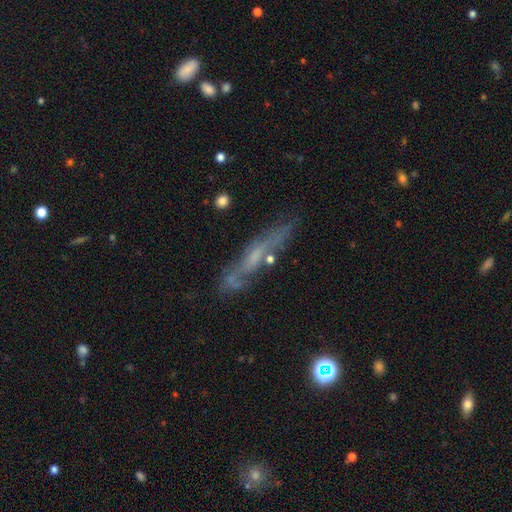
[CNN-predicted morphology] Smooth or featured: featured or disk — 57% (smooth — 31%)
Edge-on disk: yes — 61% (no — 39%)
Merging: none — 63% (minor disturbance — 20%)